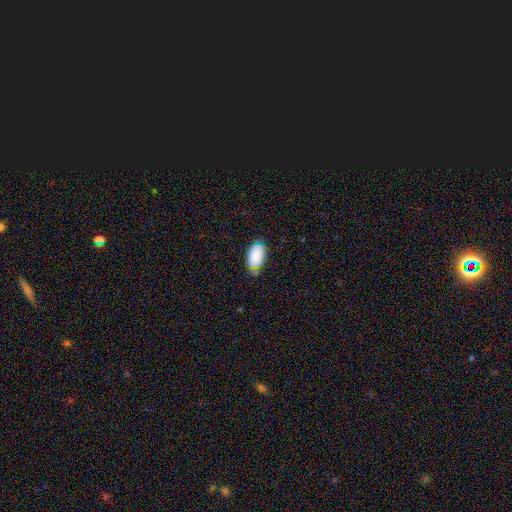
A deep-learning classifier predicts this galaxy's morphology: smooth 85%, featured or disk 8%, star or artifact 7%. Down the decision tree: how rounded — in between (95%); merging — none (66%).